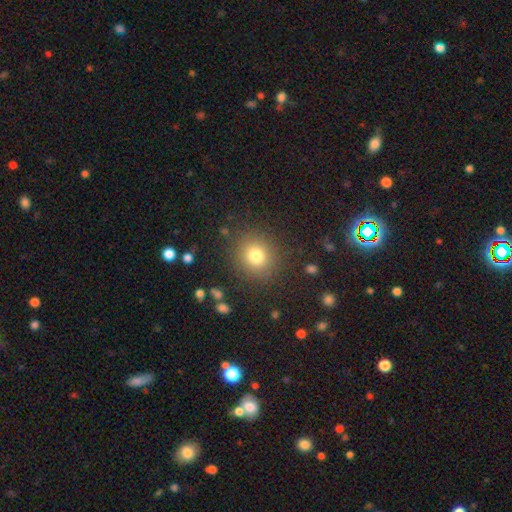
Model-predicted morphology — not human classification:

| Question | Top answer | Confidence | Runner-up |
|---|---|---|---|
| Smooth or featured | smooth | 78% | star or artifact (13%) |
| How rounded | round | 85% | in between (14%) |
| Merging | none | 87% | minor disturbance (8%) |